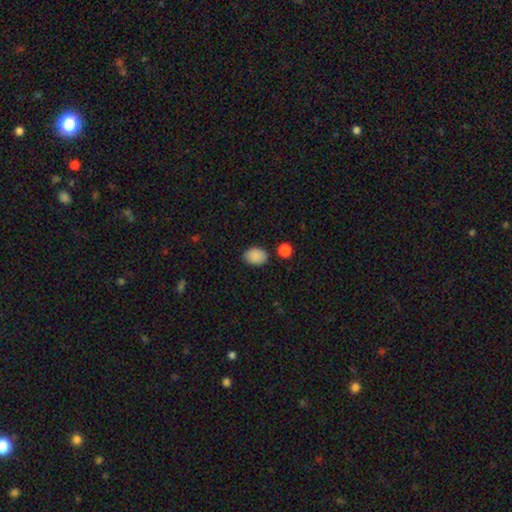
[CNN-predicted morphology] Q: Smooth or featured?
A: smooth (88%); runner-up: star or artifact (8%)
Q: How rounded?
A: in between (77%); runner-up: round (22%)
Q: Merging?
A: none (81%); runner-up: minor disturbance (13%)